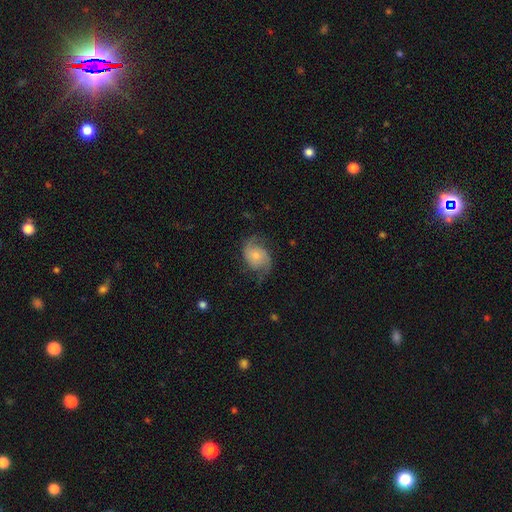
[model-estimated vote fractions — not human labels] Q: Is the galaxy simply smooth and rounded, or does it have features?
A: featured or disk — 75%.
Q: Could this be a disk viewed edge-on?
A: no — 98%.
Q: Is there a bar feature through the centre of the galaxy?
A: no — 70%.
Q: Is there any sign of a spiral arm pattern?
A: yes — 94%.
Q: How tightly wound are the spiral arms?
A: loose — 43%.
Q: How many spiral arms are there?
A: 2 — 89%.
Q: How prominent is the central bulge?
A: small — 49%.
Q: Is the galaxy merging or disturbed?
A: none — 65%.